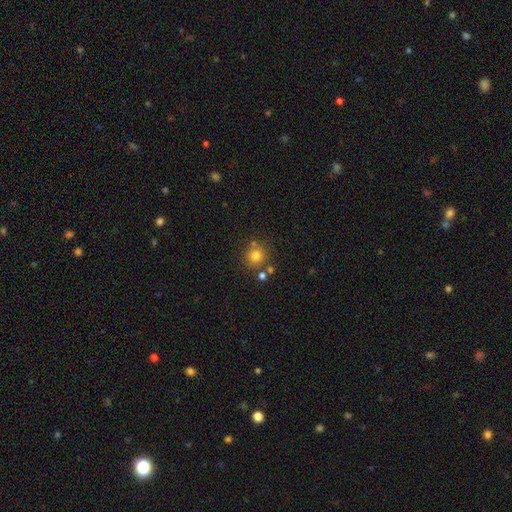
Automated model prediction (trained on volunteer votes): smooth-or-featured: smooth: 78% | star or artifact: 14% | featured or disk: 8%
  how-rounded: round: 90% | in between: 9% | cigar-shaped: 1%
  merging: none: 74% | merger: 13% | minor disturbance: 10% | major disturbance: 3%